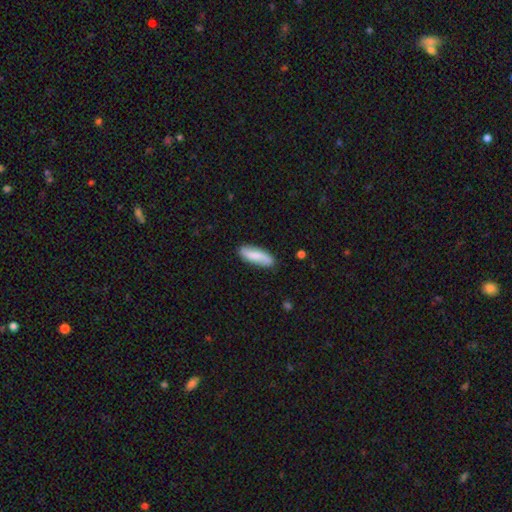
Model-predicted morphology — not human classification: Smooth or featured? smooth (69%)
How rounded? in between (58%)
Merging? none (83%)